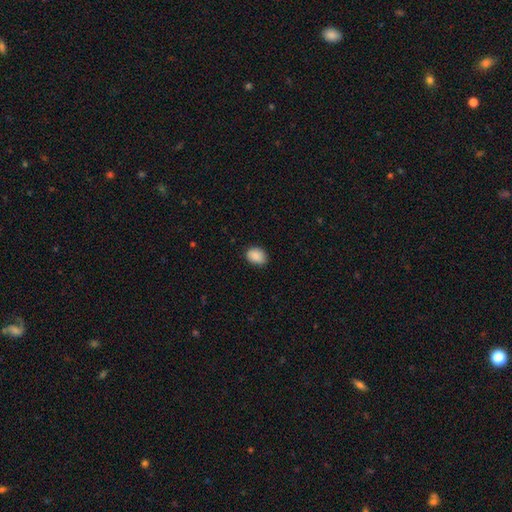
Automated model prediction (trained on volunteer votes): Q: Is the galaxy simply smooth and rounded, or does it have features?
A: smooth — 89%.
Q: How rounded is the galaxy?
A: in between — 68%.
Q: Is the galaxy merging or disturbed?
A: none — 82%.